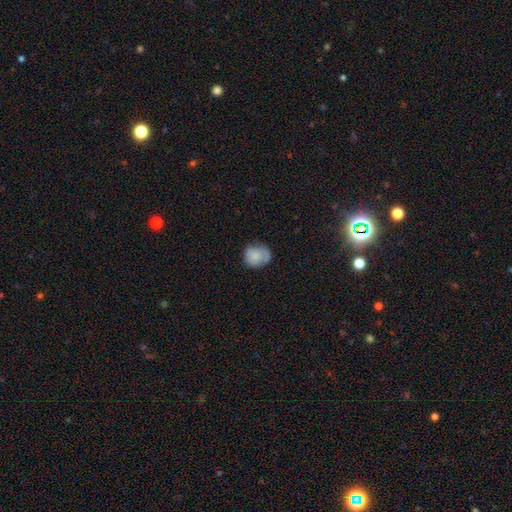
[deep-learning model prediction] smooth-or-featured: smooth: 78% | featured or disk: 14% | star or artifact: 8%
  how-rounded: round: 74% | in between: 25% | cigar-shaped: 1%
  merging: none: 57% | minor disturbance: 30% | major disturbance: 10% | merger: 3%